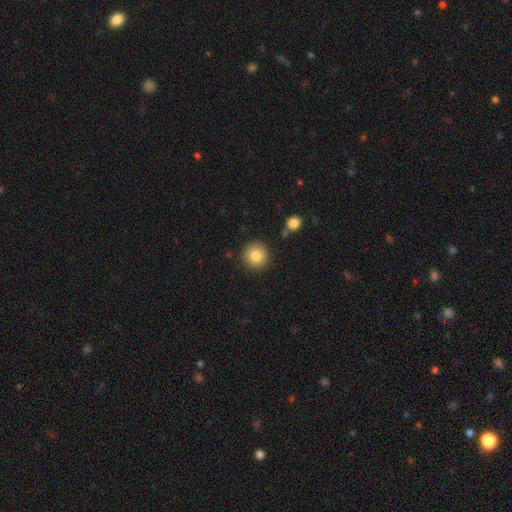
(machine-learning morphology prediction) Smooth or featured: smooth — 83% (star or artifact — 10%)
How rounded: round — 94% (in between — 5%)
Merging: none — 89% (minor disturbance — 7%)